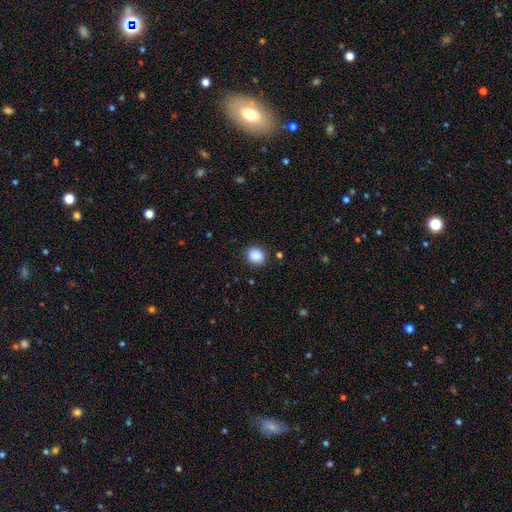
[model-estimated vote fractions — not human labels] A smooth galaxy with no disk features (88%) that is round (65%).

Vote fractions:
- Smooth or featured? smooth: 88% / star or artifact: 9% / featured or disk: 3%
- How rounded? round: 65% / in between: 35% / cigar-shaped: 1%
- Merging? none: 88% / minor disturbance: 8% / major disturbance: 2% / merger: 1%